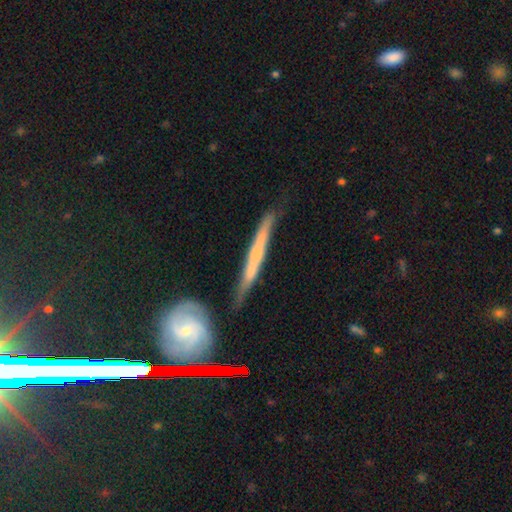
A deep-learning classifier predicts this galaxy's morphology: This is likely a featured or disk galaxy (64%). It is clearly viewed edge-on (86%). Edge-on bulge: likely none (70%). Merging: likely none (71%).